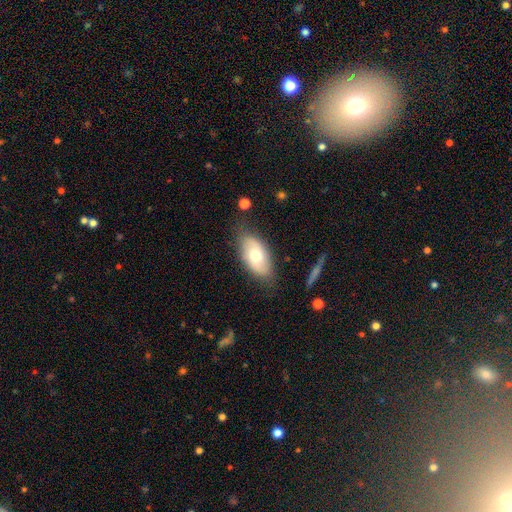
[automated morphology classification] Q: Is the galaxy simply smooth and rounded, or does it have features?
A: smooth — 62%.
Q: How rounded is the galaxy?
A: in between — 93%.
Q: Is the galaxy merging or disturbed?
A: none — 75%.